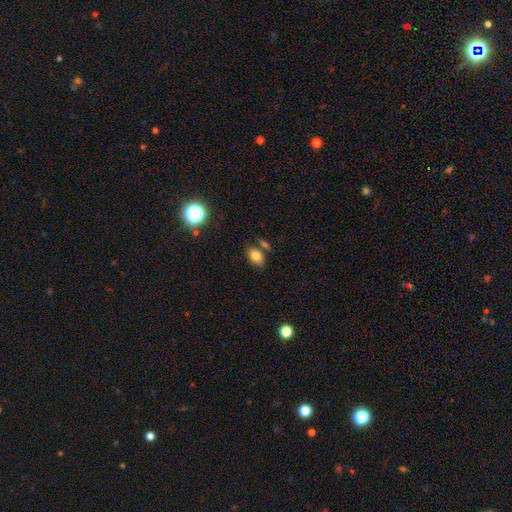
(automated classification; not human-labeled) This is clearly a smooth galaxy (80%). How rounded: clearly in between (84%). Merging: likely none (69%).